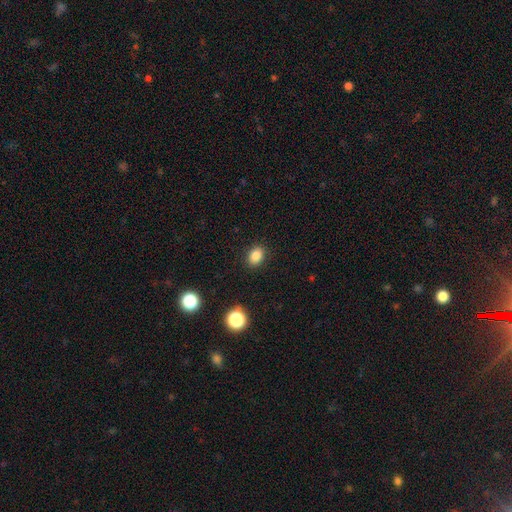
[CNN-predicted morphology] Smooth or featured: smooth — 84% (star or artifact — 11%)
How rounded: in between — 62% (round — 37%)
Merging: none — 89% (minor disturbance — 7%)